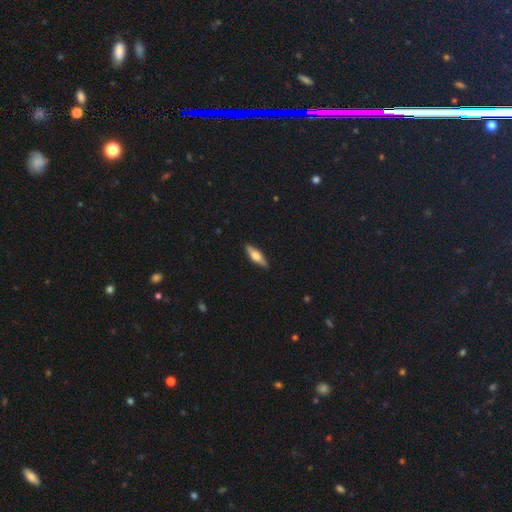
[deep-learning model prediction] smooth_or_featured: smooth (p=0.49) [alt: featured or disk p=0.45]
merging: none (p=0.89) [alt: minor disturbance p=0.08]